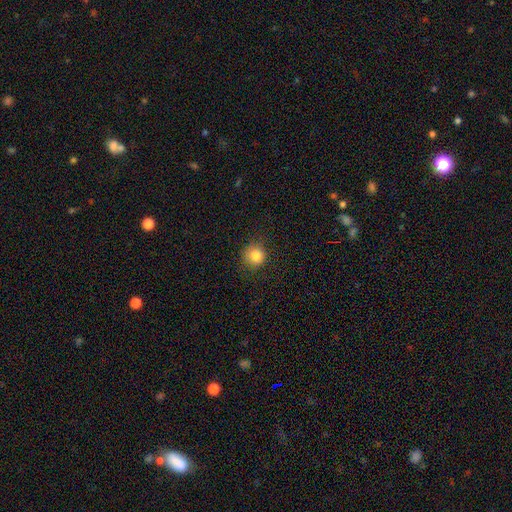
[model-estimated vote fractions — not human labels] Smooth or featured?
  - smooth: 84% *
  - star or artifact: 11%
  - featured or disk: 5%
How rounded?
  - round: 89% *
  - in between: 10%
  - cigar-shaped: 1%
Merging?
  - none: 82% *
  - minor disturbance: 13%
  - major disturbance: 4%
  - merger: 1%